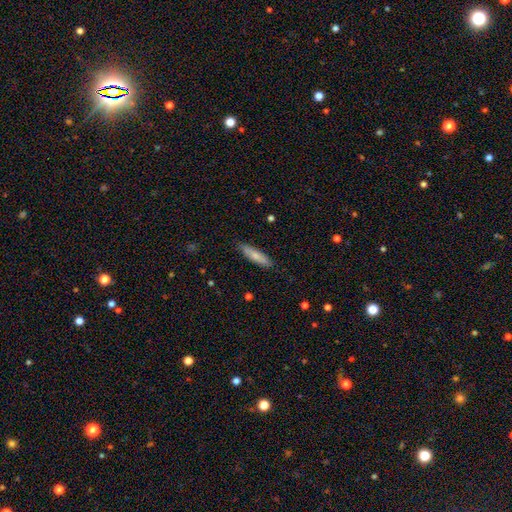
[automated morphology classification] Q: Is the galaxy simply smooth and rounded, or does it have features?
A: smooth — 74%.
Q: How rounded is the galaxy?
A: cigar-shaped — 74%.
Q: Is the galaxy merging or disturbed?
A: none — 85%.